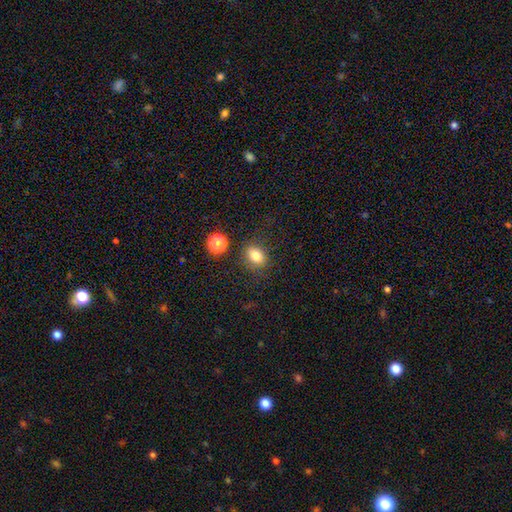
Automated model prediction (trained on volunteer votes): A smooth galaxy with no disk features (79%) that is in between round and cigar-shaped (62%).

Vote fractions:
- Smooth or featured? smooth: 79% / star or artifact: 13% / featured or disk: 8%
- How rounded? in between: 62% / round: 36% / cigar-shaped: 2%
- Merging? none: 82% / minor disturbance: 11% / major disturbance: 4% / merger: 4%